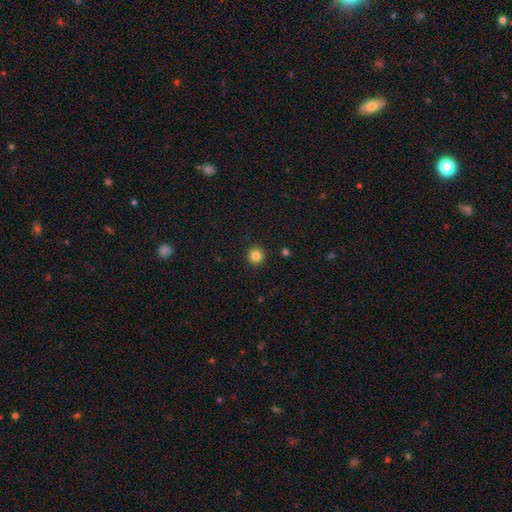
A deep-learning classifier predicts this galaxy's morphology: A smooth galaxy with no disk features (84%) that is round (95%).

Vote fractions:
- Smooth or featured? smooth: 84% / star or artifact: 11% / featured or disk: 5%
- How rounded? round: 95% / in between: 4% / cigar-shaped: 1%
- Merging? none: 92% / minor disturbance: 5% / major disturbance: 2% / merger: 1%